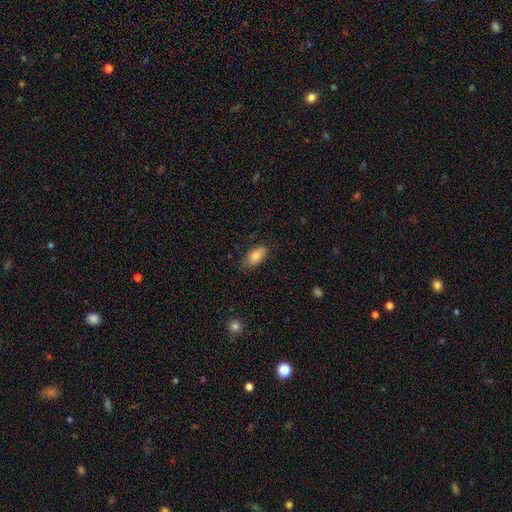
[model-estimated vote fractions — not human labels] smooth_or_featured: smooth (p=0.83) [alt: featured or disk p=0.10]
how_rounded: in between (p=0.92) [alt: cigar-shaped p=0.04]
merging: none (p=0.78) [alt: minor disturbance p=0.17]